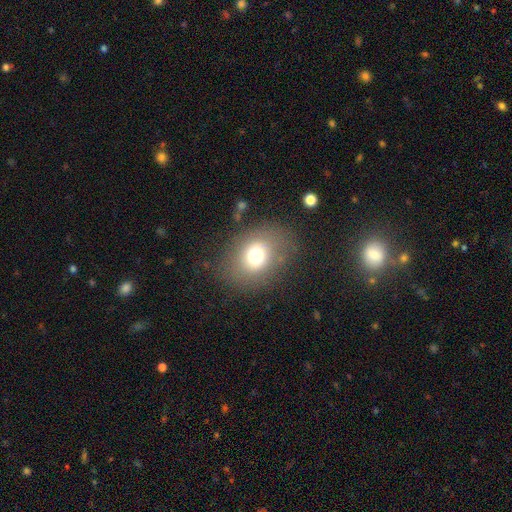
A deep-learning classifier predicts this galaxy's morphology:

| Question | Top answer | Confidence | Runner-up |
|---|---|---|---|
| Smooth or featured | smooth | 70% | featured or disk (16%) |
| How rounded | in between | 51% | round (49%) |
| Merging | none | 77% | minor disturbance (13%) |